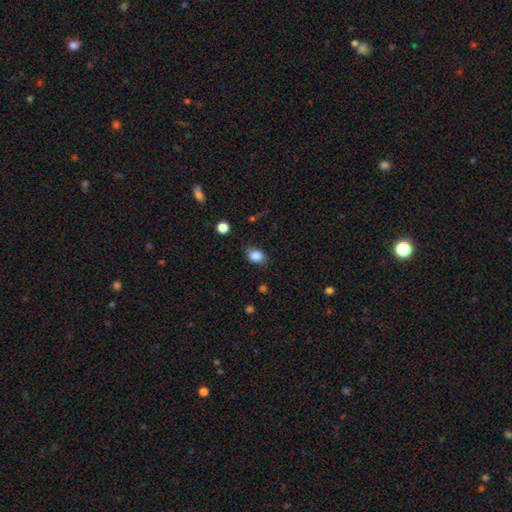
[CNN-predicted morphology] This is clearly a smooth galaxy (86%). How rounded: likely in between (67%). Merging: likely none (75%).